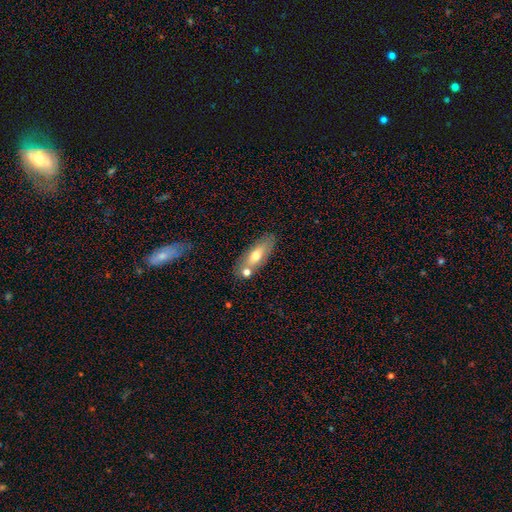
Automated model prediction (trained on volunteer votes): A smooth galaxy with no disk features (64%) that is in between round and cigar-shaped (66%).

Vote fractions:
- Smooth or featured? smooth: 64% / featured or disk: 29% / star or artifact: 7%
- How rounded? in between: 66% / cigar-shaped: 30% / round: 4%
- Merging? none: 67% / merger: 15% / minor disturbance: 14% / major disturbance: 4%